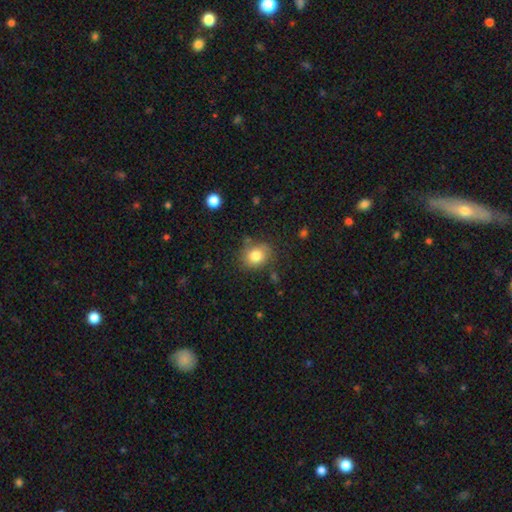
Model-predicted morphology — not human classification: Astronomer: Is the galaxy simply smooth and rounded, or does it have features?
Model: smooth — 81%.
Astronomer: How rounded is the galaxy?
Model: round — 66%.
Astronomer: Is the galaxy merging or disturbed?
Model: none — 75%.